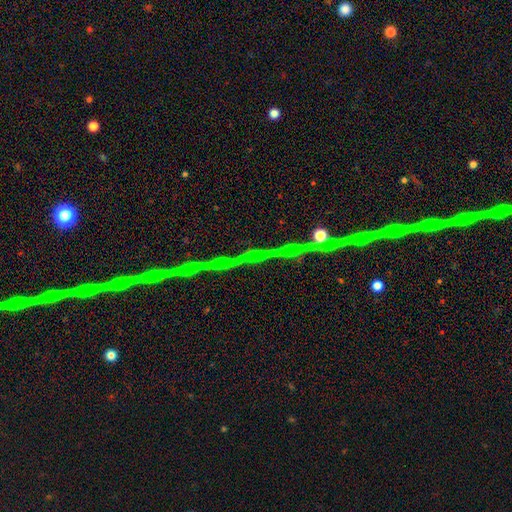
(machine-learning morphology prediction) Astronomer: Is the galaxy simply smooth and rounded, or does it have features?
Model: star or artifact — 72%.